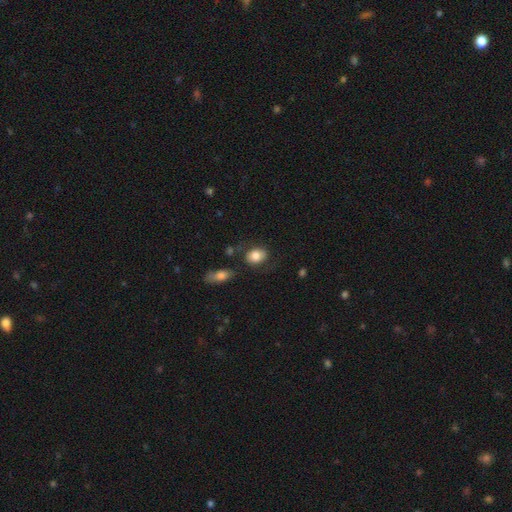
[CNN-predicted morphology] Overall: smooth (79%). How rounded: in between (68%; round 31%). Merging: none (69%).